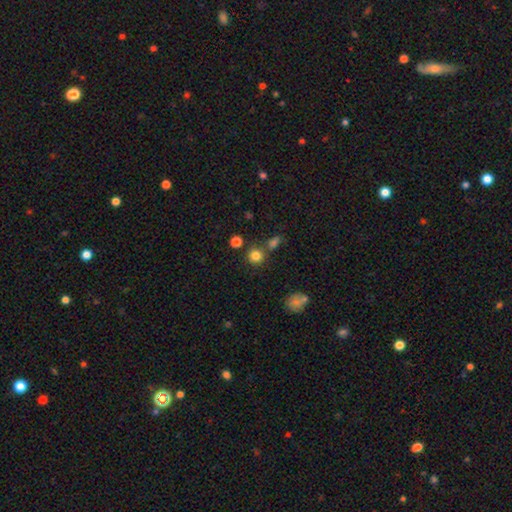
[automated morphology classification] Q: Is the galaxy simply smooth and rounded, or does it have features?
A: smooth — 81%.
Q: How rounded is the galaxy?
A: round — 89%.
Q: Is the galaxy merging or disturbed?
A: none — 72%.